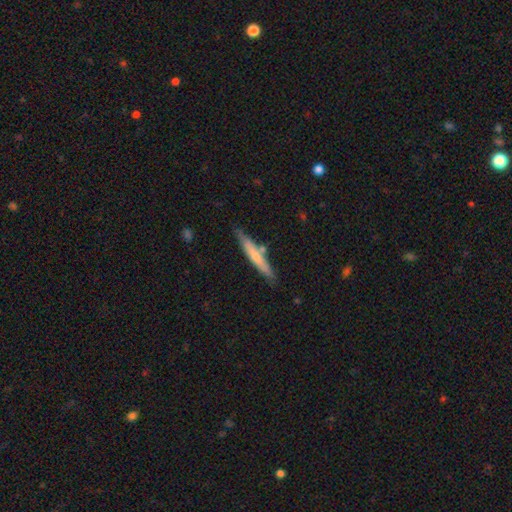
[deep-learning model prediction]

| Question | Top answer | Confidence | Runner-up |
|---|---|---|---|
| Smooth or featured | smooth | 57% | featured or disk (37%) |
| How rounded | cigar-shaped | 94% | in between (5%) |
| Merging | none | 79% | minor disturbance (13%) |